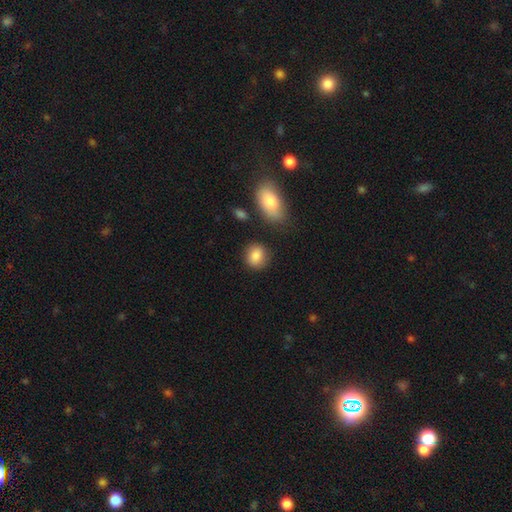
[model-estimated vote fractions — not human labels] This is clearly a smooth galaxy (86%). How rounded: likely round (69%). Merging: clearly none (81%).